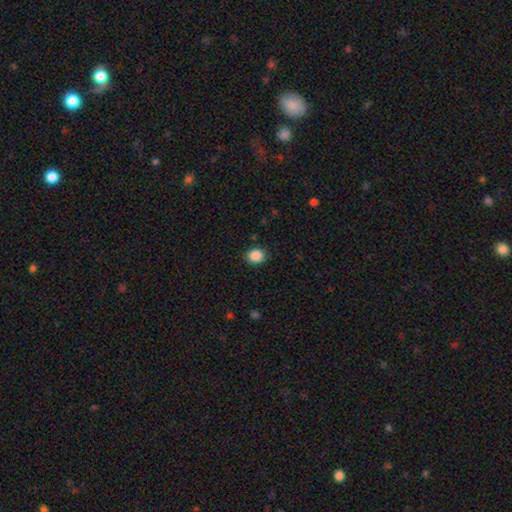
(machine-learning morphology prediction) This is clearly a smooth galaxy (88%). How rounded: likely round (66%). Merging: clearly none (89%).